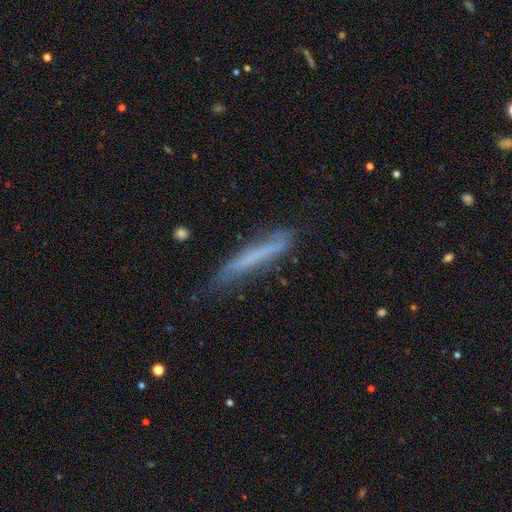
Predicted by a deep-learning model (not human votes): Overall: smooth (56%; featured or disk 36%). How rounded: cigar-shaped (95%). Merging: none (69%).